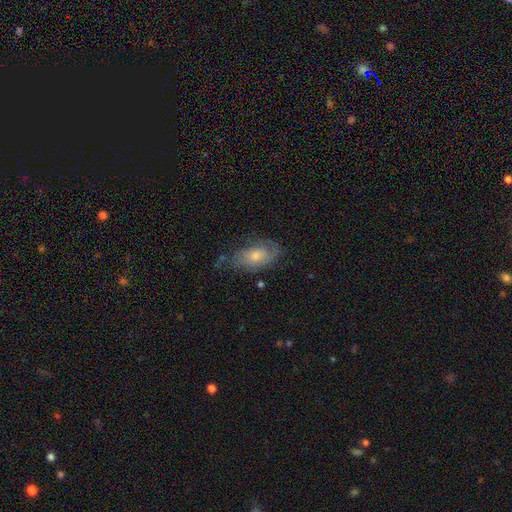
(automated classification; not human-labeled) smooth_or_featured: featured or disk (p=0.55) [alt: smooth p=0.36]
disk_edge_on: no (p=0.91) [alt: yes p=0.09]
bar: no (p=0.77) [alt: weak p=0.20]
has_spiral_arms: yes (p=0.78) [alt: no p=0.22]
bulge_size: moderate (p=0.56) [alt: small p=0.33]
merging: none (p=0.59) [alt: minor disturbance p=0.27]